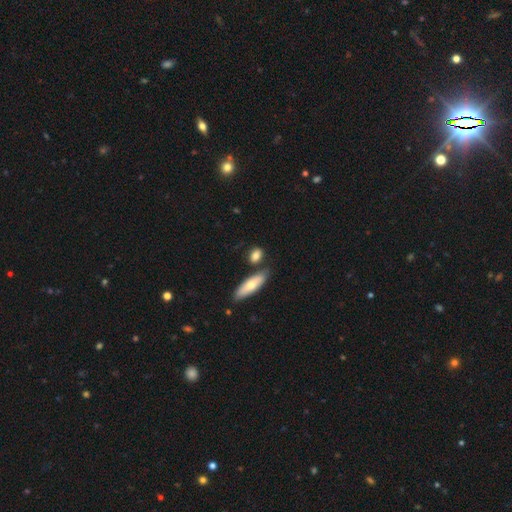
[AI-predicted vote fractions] smooth_or_featured: smooth (p=0.79) [alt: featured or disk p=0.14]
how_rounded: in between (p=0.62) [alt: round p=0.21]
merging: none (p=0.70) [alt: minor disturbance p=0.14]